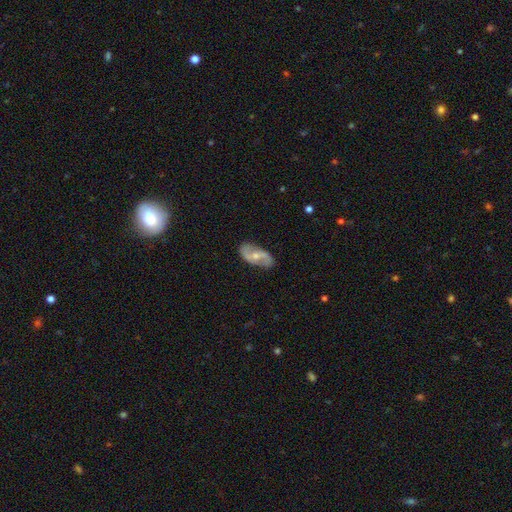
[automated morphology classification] Overall: featured or disk (74%). Edge-on disk: no (94%). Bar: weak (43%; no 37%). Spiral arms: yes (87%). Spiral arm count: 2 (90%). Spiral winding: loose (50%; medium 36%). Bulge size: moderate (51%; small 44%). Merging: none (83%).